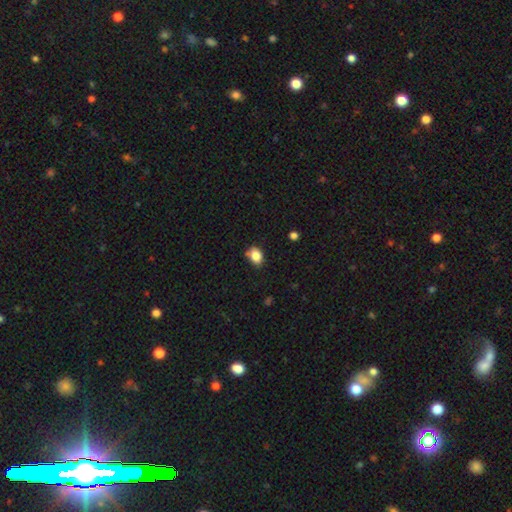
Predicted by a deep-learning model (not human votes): Q: Smooth or featured?
A: smooth (84%); runner-up: star or artifact (10%)
Q: How rounded?
A: in between (68%); runner-up: round (31%)
Q: Merging?
A: none (68%); runner-up: minor disturbance (23%)